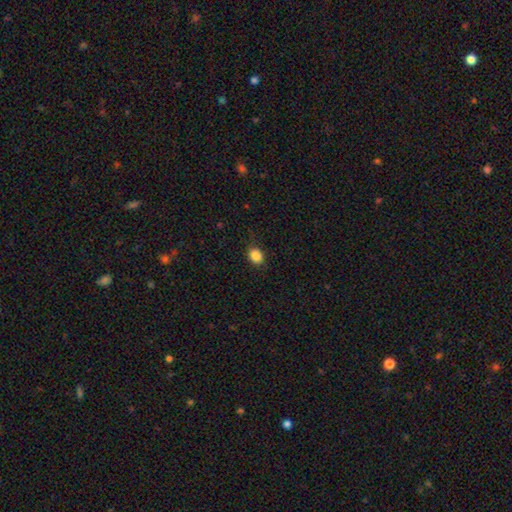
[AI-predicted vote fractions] Smooth or featured? Predicted: smooth (p=0.86). How rounded? Predicted: round (p=0.53). Merging? Predicted: none (p=0.84).